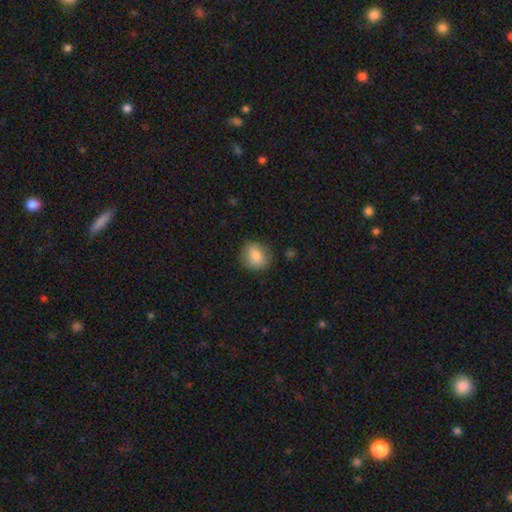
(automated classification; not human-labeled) This is likely a smooth galaxy (79%). How rounded: likely round (76%). Merging: clearly none (80%).